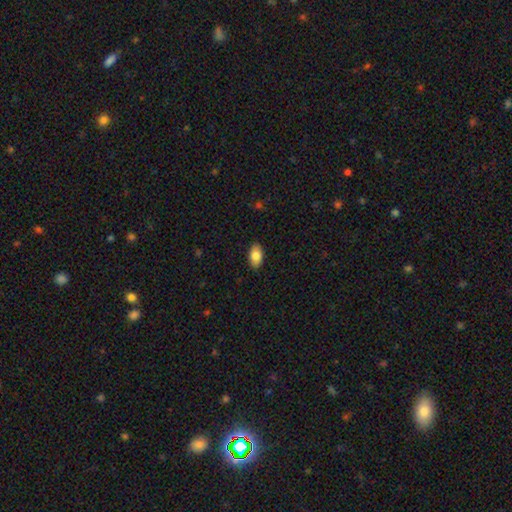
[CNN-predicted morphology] smooth 83%, featured or disk 10%, star or artifact 7%. Down the decision tree: how rounded — in between (92%); merging — none (89%).